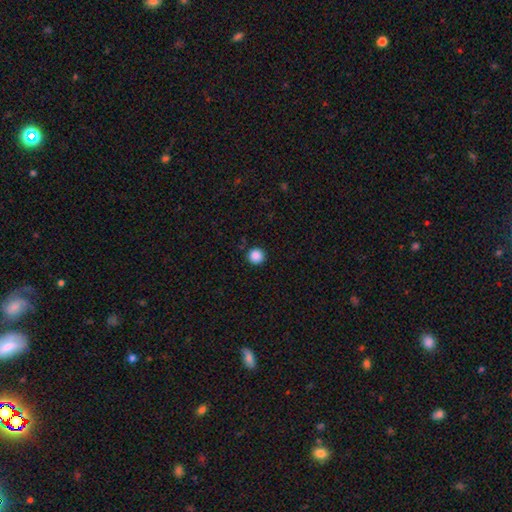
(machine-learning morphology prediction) This is clearly a smooth galaxy (88%). How rounded: clearly round (96%). Merging: clearly none (92%).